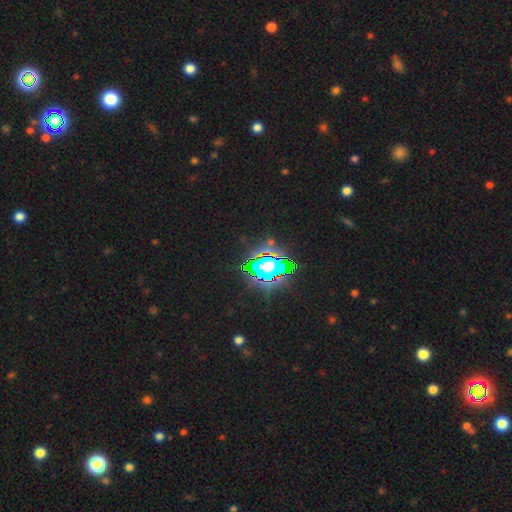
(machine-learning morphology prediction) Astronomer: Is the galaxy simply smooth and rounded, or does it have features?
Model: star or artifact — 78%.